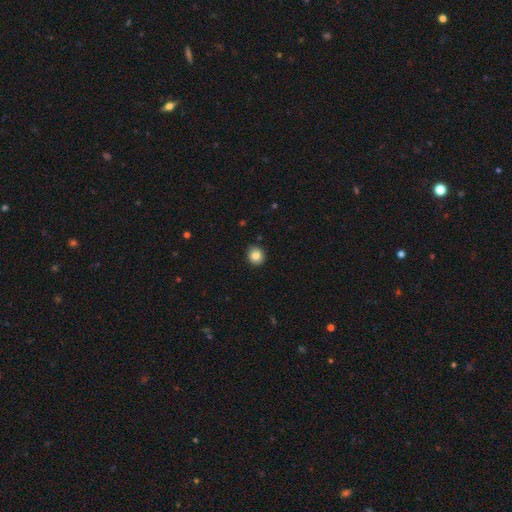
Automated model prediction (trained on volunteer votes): This appears to be a smooth galaxy with no disk features (84%) that is round (88%). Merging: none (89%).